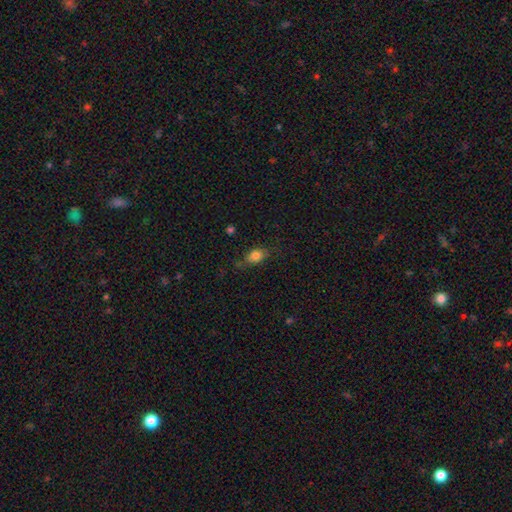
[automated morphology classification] Smooth or featured?
  - smooth: 79% *
  - featured or disk: 11%
  - star or artifact: 10%
How rounded?
  - in between: 76% *
  - round: 19%
  - cigar-shaped: 4%
Merging?
  - none: 68% *
  - minor disturbance: 23%
  - major disturbance: 7%
  - merger: 3%